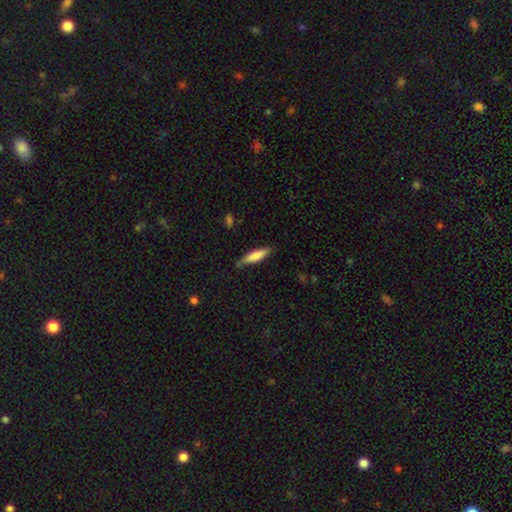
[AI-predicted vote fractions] A smooth galaxy with no disk features (77%) that is cigar-shaped (69%). Merging: none (70%).